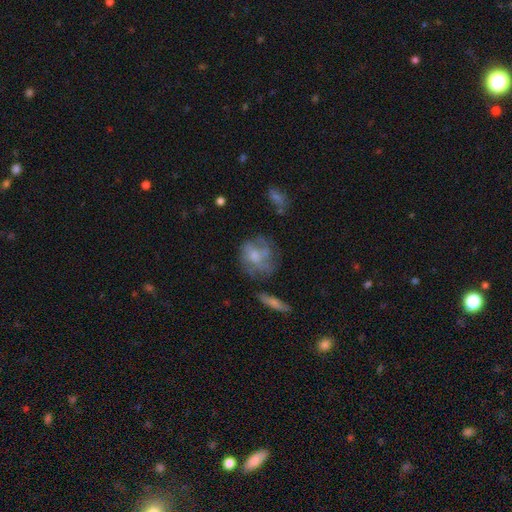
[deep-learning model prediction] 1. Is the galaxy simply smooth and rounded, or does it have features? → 48% smooth, 43% featured or disk, 9% star or artifact.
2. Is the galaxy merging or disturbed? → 48% none, 23% major disturbance, 23% minor disturbance, 6% merger.